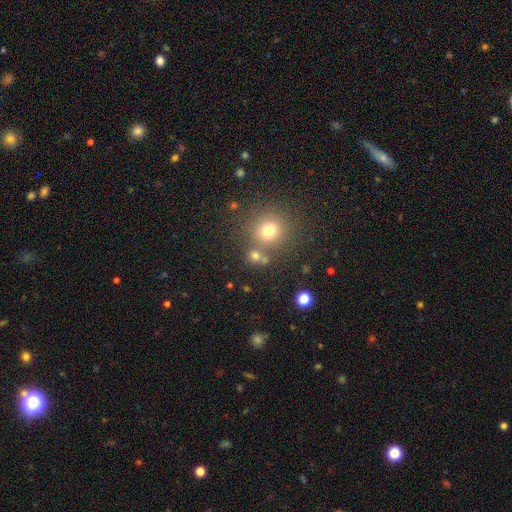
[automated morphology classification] The model was most divided on "merging": none: 66%, merger: 21%, minor disturbance: 9%, major disturbance: 4%. More confident: how rounded — round (81%); smooth or featured — smooth (68%).